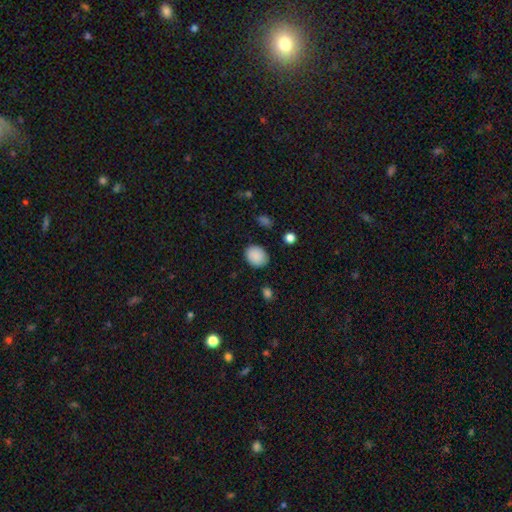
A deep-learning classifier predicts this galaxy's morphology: smooth 89%, star or artifact 8%, featured or disk 4%. Down the decision tree: how rounded — round (56%); merging — none (82%).